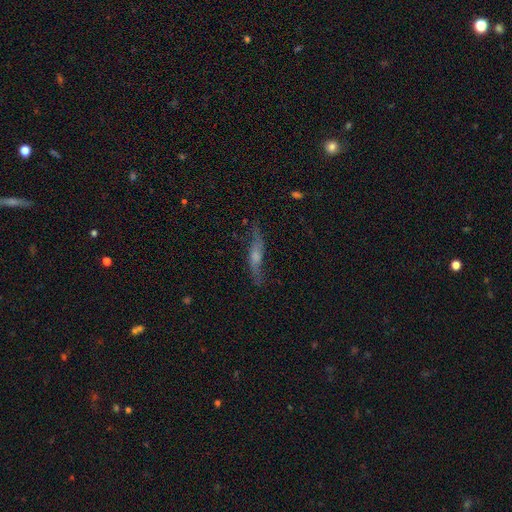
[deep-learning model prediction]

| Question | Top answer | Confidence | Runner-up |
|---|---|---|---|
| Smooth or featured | featured or disk | 65% | smooth (25%) |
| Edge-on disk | yes | 62% | no (38%) |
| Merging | none | 72% | minor disturbance (18%) |